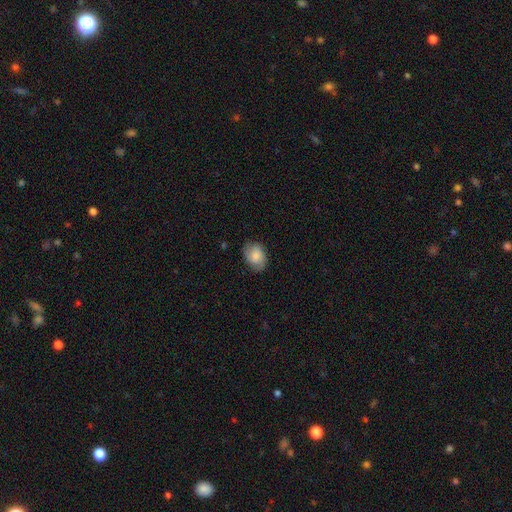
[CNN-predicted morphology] This appears to be a smooth galaxy with no disk features (66%) that is in between round and cigar-shaped (70%). Merging: none (75%).